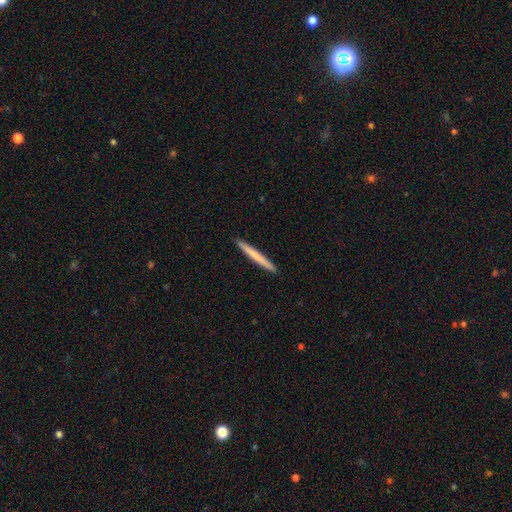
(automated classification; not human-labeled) This is likely a smooth galaxy (68%). How rounded: clearly cigar-shaped (97%). Merging: clearly none (94%).